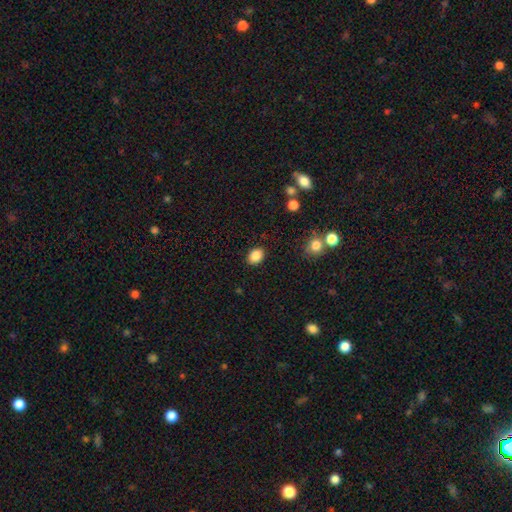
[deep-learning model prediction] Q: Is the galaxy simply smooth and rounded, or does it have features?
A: smooth — 87%.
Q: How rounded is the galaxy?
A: in between — 63%.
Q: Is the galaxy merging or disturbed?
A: none — 89%.